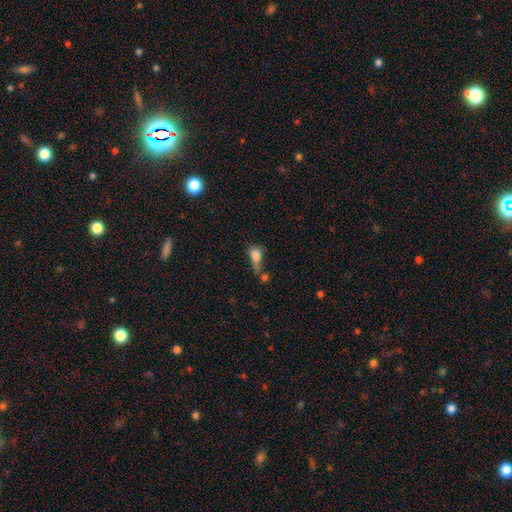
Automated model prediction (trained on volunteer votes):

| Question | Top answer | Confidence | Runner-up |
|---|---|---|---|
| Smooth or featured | smooth | 76% | featured or disk (13%) |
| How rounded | in between | 72% | round (18%) |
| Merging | merger | 35% | none (24%) |